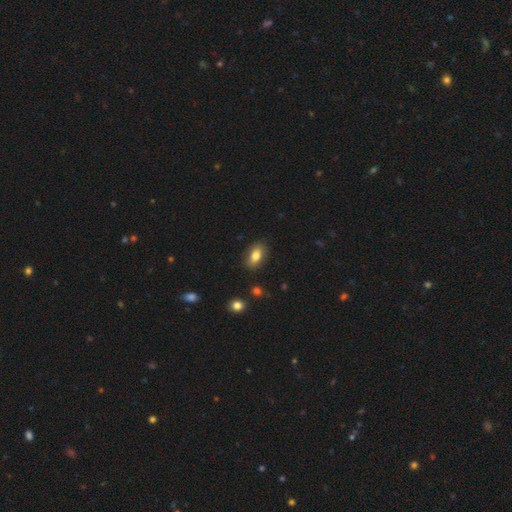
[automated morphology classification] A smooth galaxy with no disk features (81%) that is in between round and cigar-shaped (88%).

Vote fractions:
- Smooth or featured? smooth: 81% / featured or disk: 11% / star or artifact: 8%
- How rounded? in between: 88% / round: 7% / cigar-shaped: 4%
- Merging? none: 84% / minor disturbance: 12% / major disturbance: 3% / merger: 2%